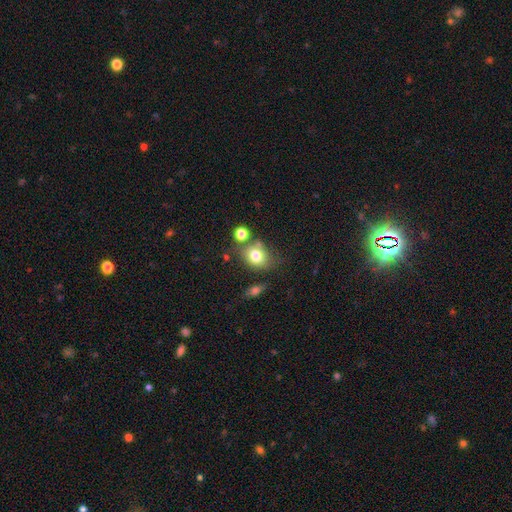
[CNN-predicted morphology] Overall: smooth (75%). How rounded: round (50%; in between 49%). Merging: none (58%; minor disturbance 20%).